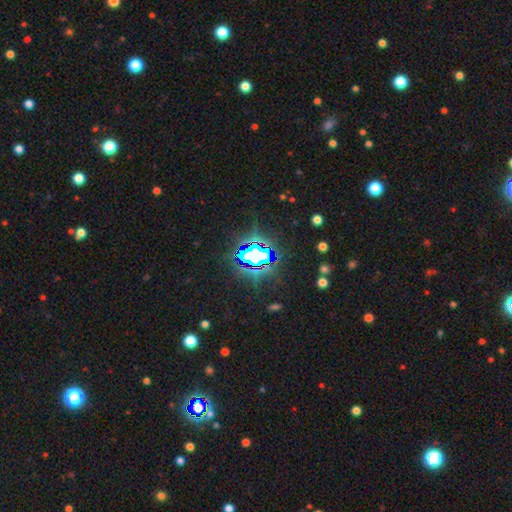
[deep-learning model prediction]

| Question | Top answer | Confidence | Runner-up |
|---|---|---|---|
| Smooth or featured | star or artifact | 77% | smooth (12%) |